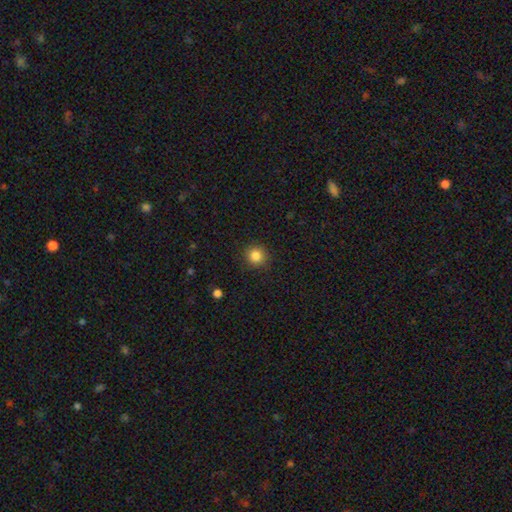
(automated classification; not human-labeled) This is clearly a smooth galaxy (84%). How rounded: clearly round (92%). Merging: clearly none (90%).